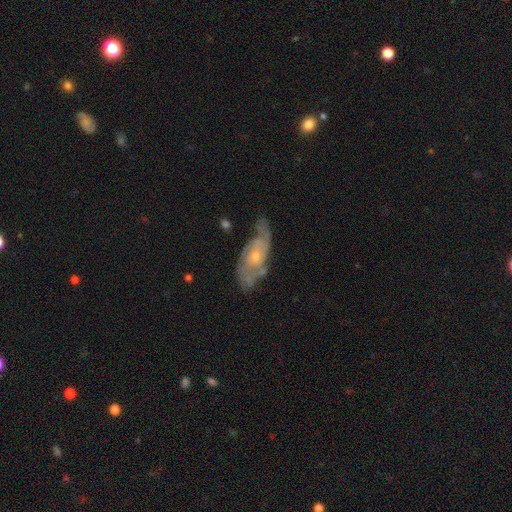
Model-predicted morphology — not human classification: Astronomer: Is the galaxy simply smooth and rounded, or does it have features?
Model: featured or disk — 76%.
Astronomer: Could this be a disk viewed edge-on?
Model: no — 91%.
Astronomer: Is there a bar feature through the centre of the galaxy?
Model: no — 72%.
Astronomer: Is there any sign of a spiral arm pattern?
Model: yes — 86%.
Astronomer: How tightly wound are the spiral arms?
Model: medium — 42% (runner-up: tight, 39%).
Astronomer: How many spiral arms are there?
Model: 2 — 56%.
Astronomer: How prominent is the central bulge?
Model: small — 55% (runner-up: moderate, 39%).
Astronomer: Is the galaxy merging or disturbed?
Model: none — 55%.